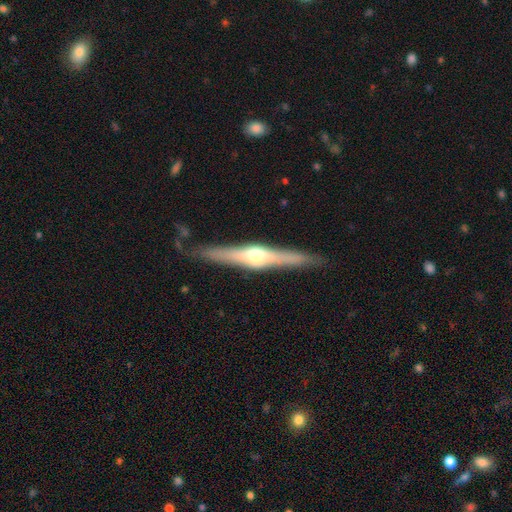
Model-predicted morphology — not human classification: Smooth or featured?
  - featured or disk: 74% *
  - smooth: 20%
  - star or artifact: 5%
Edge-on disk?
  - yes: 97% *
  - no: 3%
Edge-on bulge?
  - rounded: 88% *
  - boxy: 8%
  - none: 4%
Merging?
  - none: 88% *
  - minor disturbance: 9%
  - major disturbance: 2%
  - merger: 1%